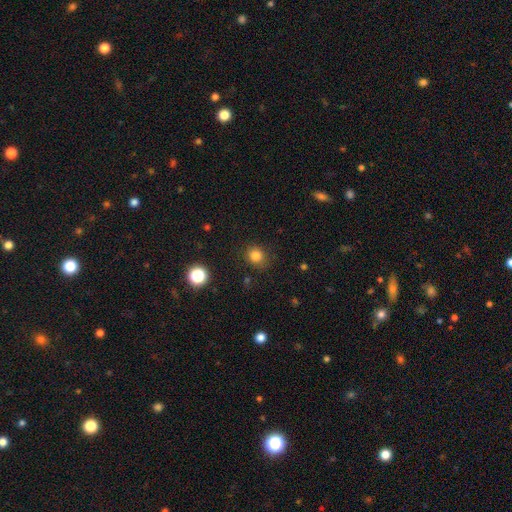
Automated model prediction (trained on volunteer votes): Q: Smooth or featured?
A: smooth (82%); runner-up: star or artifact (14%)
Q: How rounded?
A: round (81%); runner-up: in between (18%)
Q: Merging?
A: none (83%); runner-up: minor disturbance (12%)